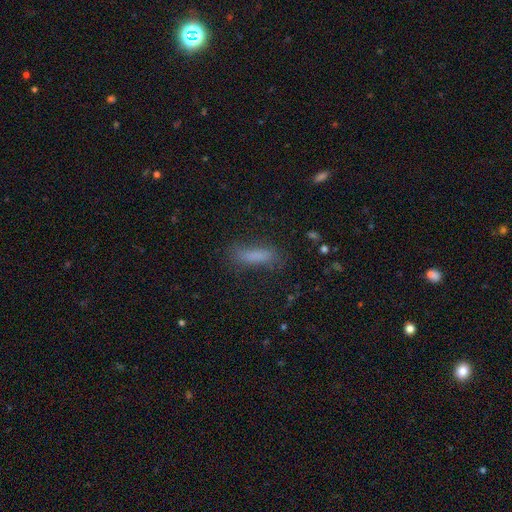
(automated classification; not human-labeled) smooth-or-featured: smooth: 78% | featured or disk: 11% | star or artifact: 10%
  how-rounded: cigar-shaped: 65% | in between: 33% | round: 2%
  merging: none: 75% | minor disturbance: 16% | major disturbance: 7% | merger: 2%